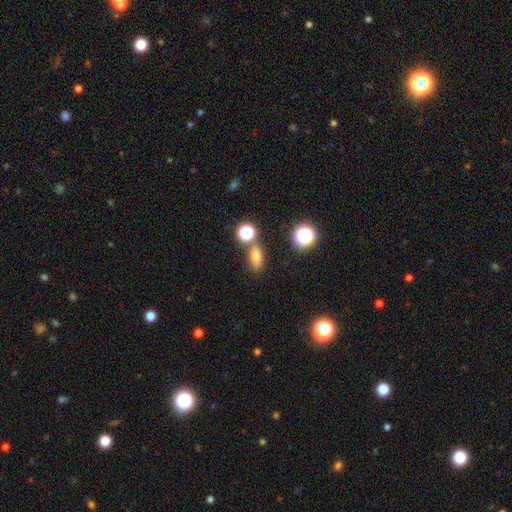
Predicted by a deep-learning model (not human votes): This is likely a smooth galaxy (70%). How rounded: likely in between (65%). Merging: likely none (72%).